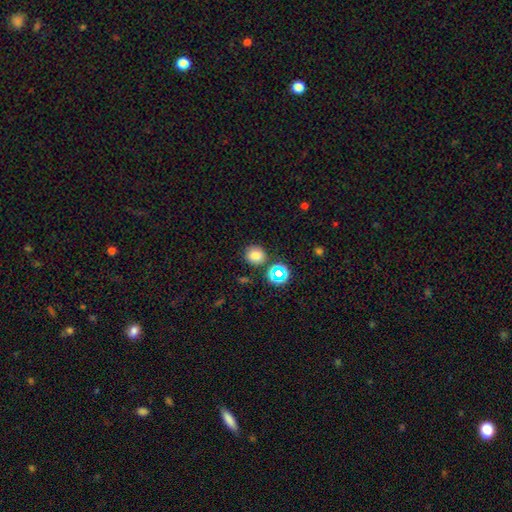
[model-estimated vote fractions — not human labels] Smooth or featured? Predicted: smooth (p=0.77). How rounded? Predicted: round (p=0.81). Merging? Predicted: none (p=0.80).